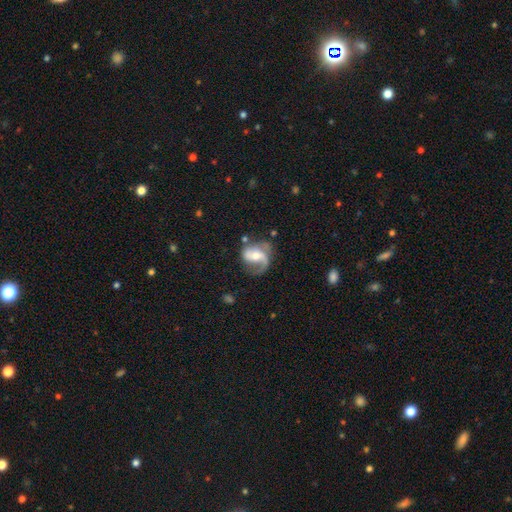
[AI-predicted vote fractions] Q: Smooth or featured?
A: featured or disk (81%); runner-up: smooth (13%)
Q: Edge-on disk?
A: no (98%); runner-up: yes (2%)
Q: Bar?
A: weak (41%); runner-up: no (39%)
Q: Spiral arms?
A: yes (93%); runner-up: no (7%)
Q: Spiral winding?
A: medium (44%); runner-up: loose (42%)
Q: Spiral arm count?
A: 2 (65%); runner-up: 1 (27%)
Q: Bulge size?
A: moderate (58%); runner-up: small (33%)
Q: Merging?
A: none (54%); runner-up: minor disturbance (23%)